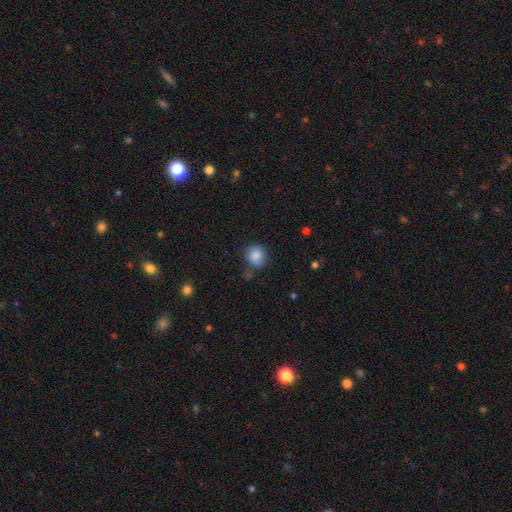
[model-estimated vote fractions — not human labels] Q: Smooth or featured?
A: smooth (86%); runner-up: star or artifact (9%)
Q: How rounded?
A: round (86%); runner-up: in between (13%)
Q: Merging?
A: none (81%); runner-up: minor disturbance (12%)